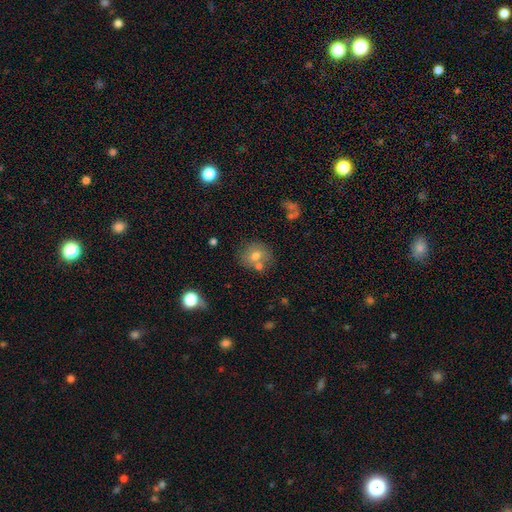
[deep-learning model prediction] smooth 70%, featured or disk 17%, star or artifact 12%. Down the decision tree: how rounded — round (70%); merging — none (62%).